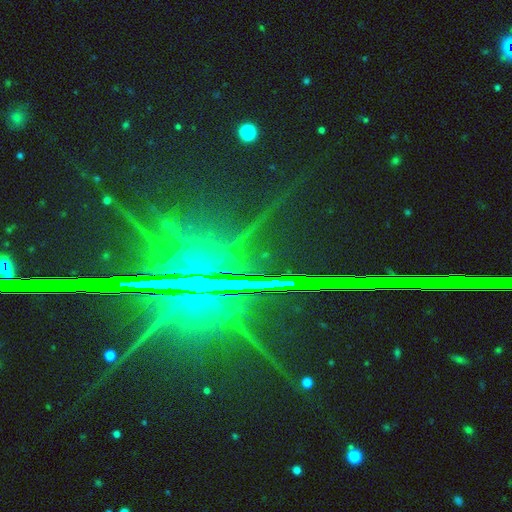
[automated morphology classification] A star or artifact, not a galaxy (76%).

Vote fractions:
- Smooth or featured? star or artifact: 76% / featured or disk: 18% / smooth: 6%